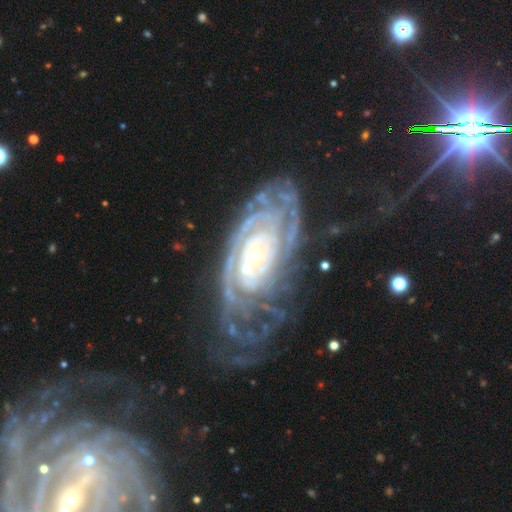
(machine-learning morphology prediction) featured or disk 90%, star or artifact 6%, smooth 5%. Down the decision tree: edge-on disk — no (95%); bar — no (73%); spiral arms — yes (97%); spiral arm count — can't tell (31%); spiral winding — tight (79%); bulge size — small (68%); merging — none (54%).